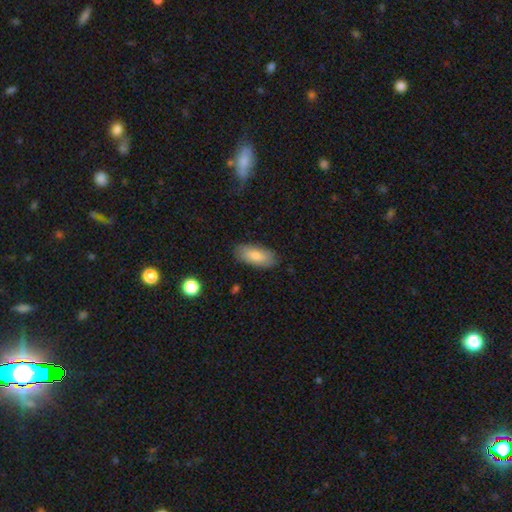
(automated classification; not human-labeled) Morphology: type=smooth (80%); roundness=in between (85%); merging=none (85%).